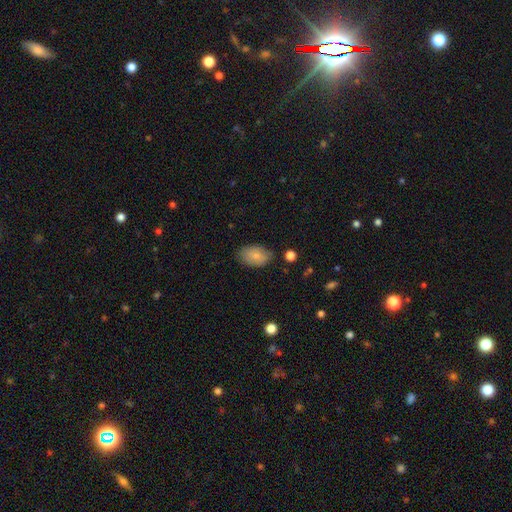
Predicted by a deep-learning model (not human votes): Smooth or featured? Predicted: smooth (p=0.80). How rounded? Predicted: in between (p=0.90). Merging? Predicted: none (p=0.76).